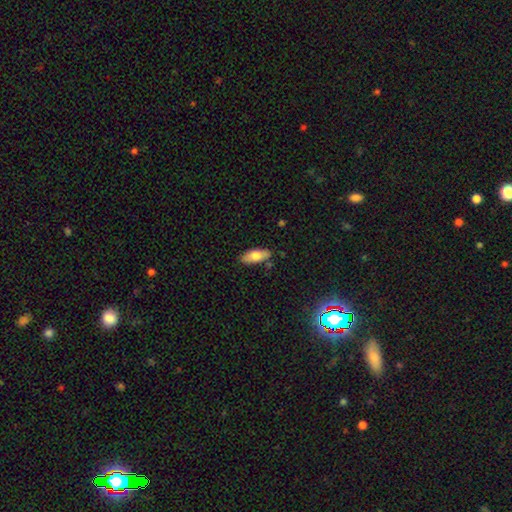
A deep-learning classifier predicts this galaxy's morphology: smooth_or_featured: smooth (p=0.72) [alt: featured or disk p=0.21]
how_rounded: in between (p=0.80) [alt: cigar-shaped p=0.18]
merging: none (p=0.81) [alt: minor disturbance p=0.13]